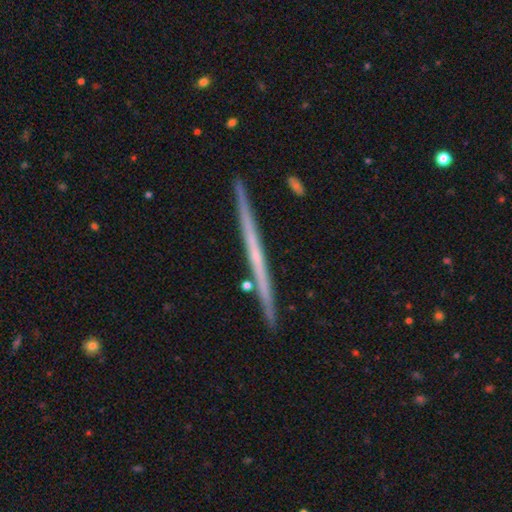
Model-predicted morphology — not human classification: Smooth or featured? featured or disk (67%)
Edge-on disk? yes (98%)
Edge-on bulge? none (85%)
Merging? none (91%)